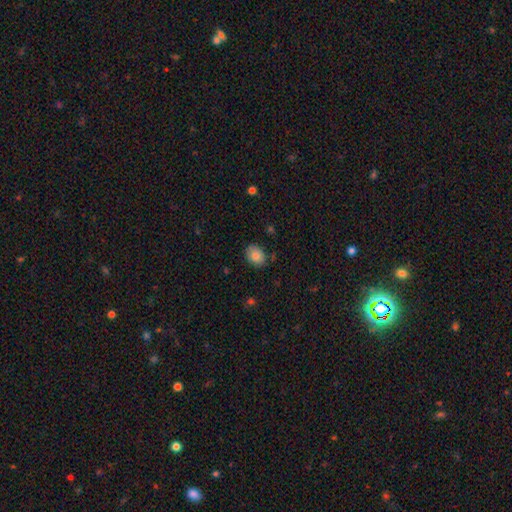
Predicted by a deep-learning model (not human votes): This is clearly a smooth galaxy (81%). How rounded: likely in between (62%). Merging: clearly none (82%).